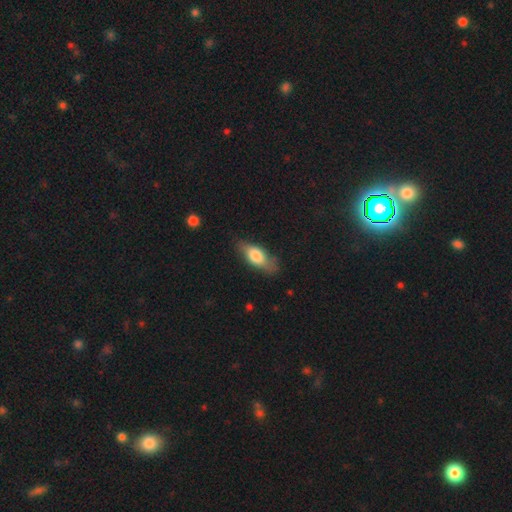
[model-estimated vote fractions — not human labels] A smooth galaxy with no disk features (72%) that is in between round and cigar-shaped (77%).

Vote fractions:
- Smooth or featured? smooth: 72% / featured or disk: 22% / star or artifact: 6%
- How rounded? in between: 77% / cigar-shaped: 20% / round: 3%
- Merging? none: 71% / minor disturbance: 22% / major disturbance: 6% / merger: 2%